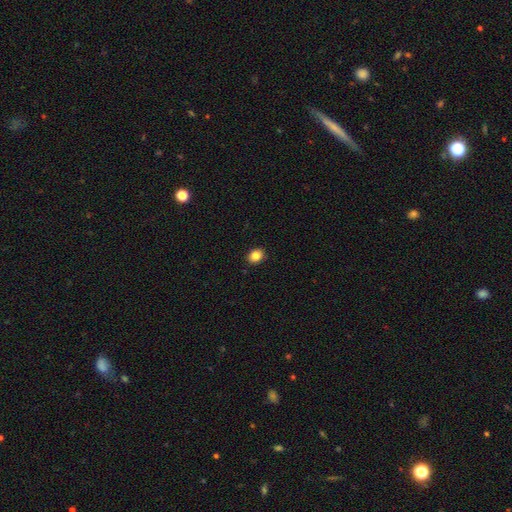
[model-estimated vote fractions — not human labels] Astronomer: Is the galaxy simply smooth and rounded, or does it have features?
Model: smooth — 85%.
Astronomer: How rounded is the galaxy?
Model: in between — 55% (runner-up: round, 44%).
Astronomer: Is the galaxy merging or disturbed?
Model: none — 91%.